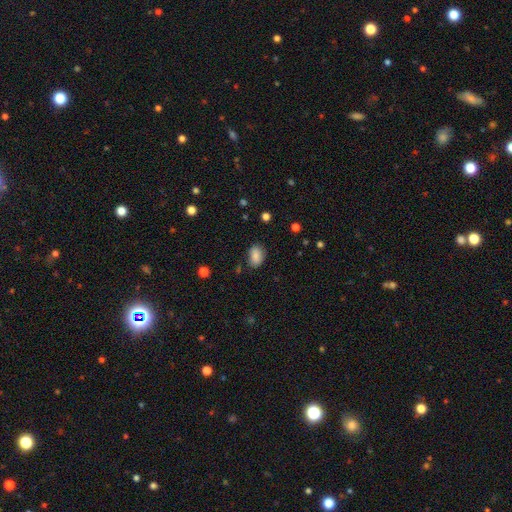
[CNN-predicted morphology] A smooth galaxy with no disk features (86%) that is in between round and cigar-shaped (85%).

Vote fractions:
- Smooth or featured? smooth: 86% / star or artifact: 9% / featured or disk: 6%
- How rounded? in between: 85% / round: 14% / cigar-shaped: 1%
- Merging? none: 79% / minor disturbance: 15% / major disturbance: 4% / merger: 2%